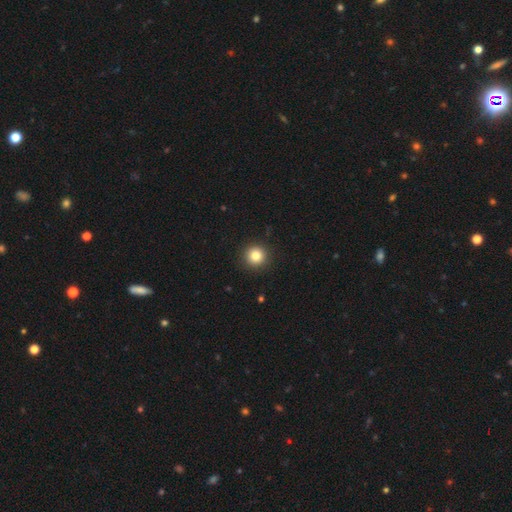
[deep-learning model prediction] smooth 82%, star or artifact 11%, featured or disk 6%. Down the decision tree: how rounded — round (95%); merging — none (92%).